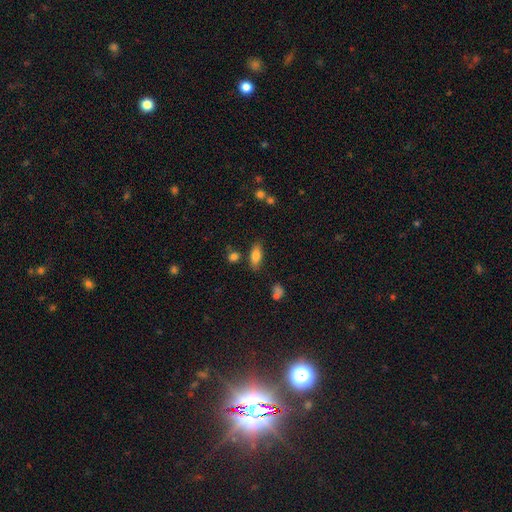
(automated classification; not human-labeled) Smooth or featured? smooth (81%)
How rounded? in between (83%)
Merging? none (78%)